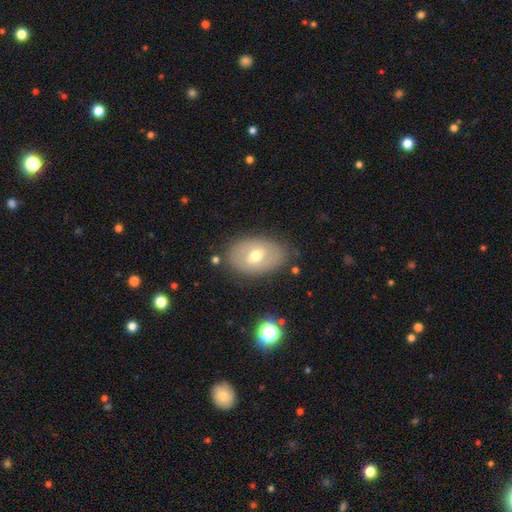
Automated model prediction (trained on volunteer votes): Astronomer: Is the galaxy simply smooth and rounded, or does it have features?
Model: smooth — 48% (runner-up: featured or disk, 44%).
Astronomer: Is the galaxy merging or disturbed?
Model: none — 76%.